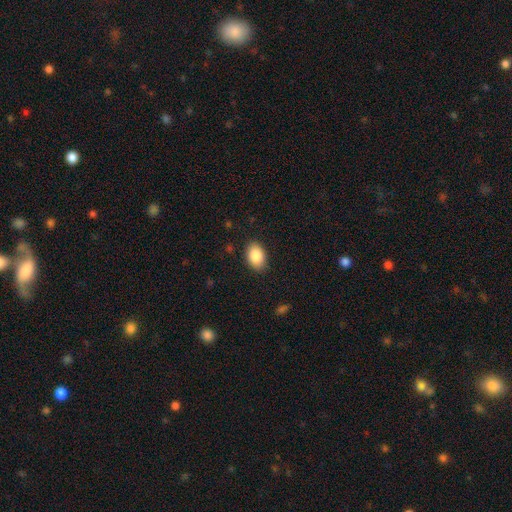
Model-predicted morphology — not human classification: Smooth or featured: smooth — 88% (star or artifact — 7%)
How rounded: in between — 86% (round — 13%)
Merging: none — 87% (minor disturbance — 10%)